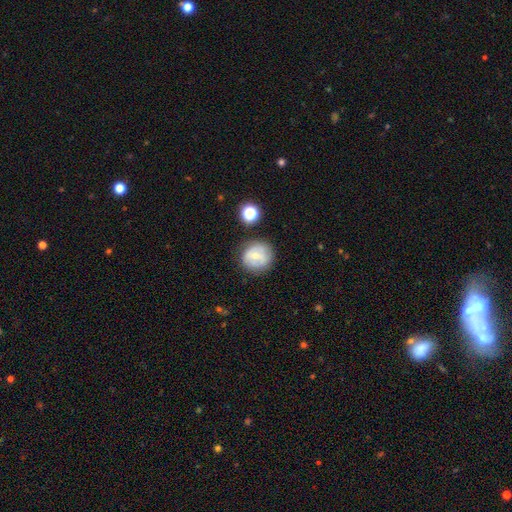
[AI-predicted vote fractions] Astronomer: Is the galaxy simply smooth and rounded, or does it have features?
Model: smooth — 58%.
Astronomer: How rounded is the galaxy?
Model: round — 89%.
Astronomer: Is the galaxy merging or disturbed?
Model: none — 74%.